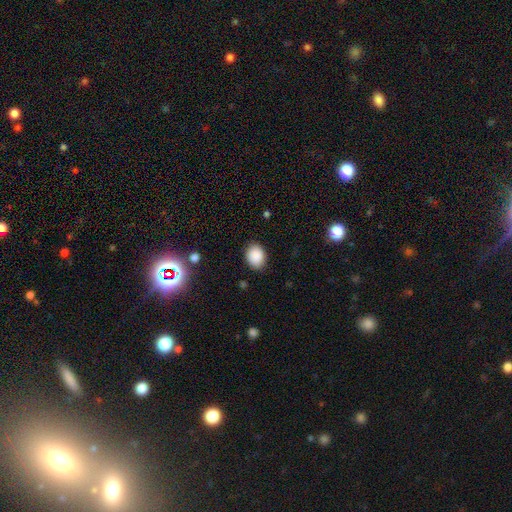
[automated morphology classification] Smooth or featured? smooth (88%)
How rounded? in between (61%)
Merging? none (86%)